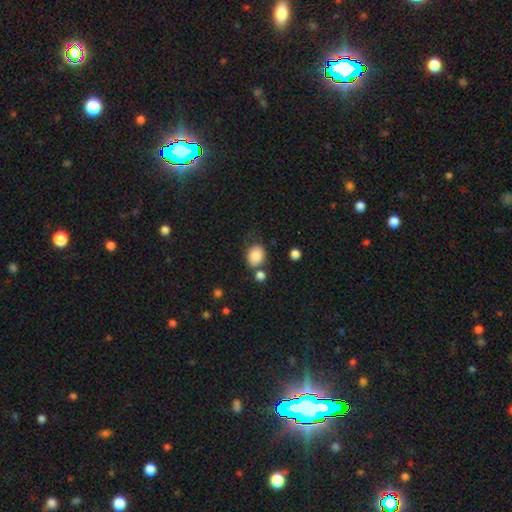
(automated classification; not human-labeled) This is clearly a smooth galaxy (84%). How rounded: likely in between (60%). Merging: likely none (61%).